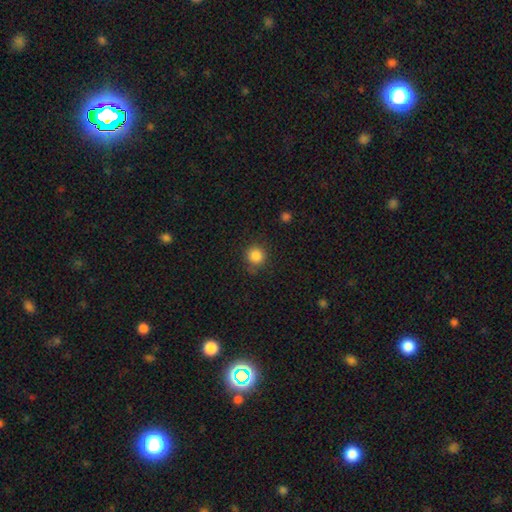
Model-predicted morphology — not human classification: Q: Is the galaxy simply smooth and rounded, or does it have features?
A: smooth — 86%.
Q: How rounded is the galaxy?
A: round — 93%.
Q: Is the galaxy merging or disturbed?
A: none — 84%.